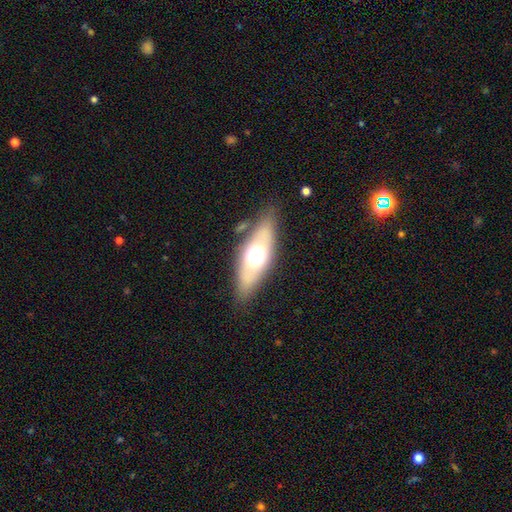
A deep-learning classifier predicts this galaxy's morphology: This is possibly a smooth galaxy (48%). Merging: clearly none (82%).